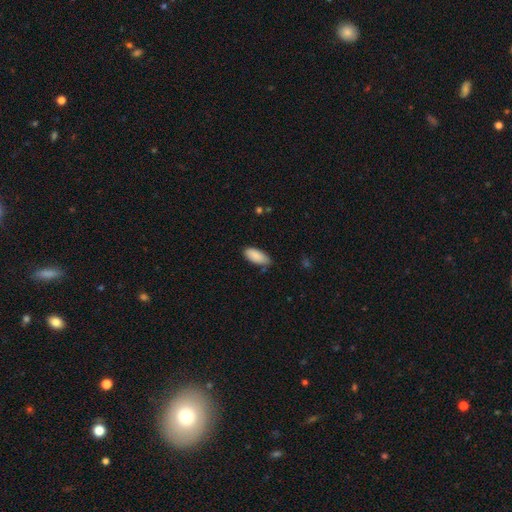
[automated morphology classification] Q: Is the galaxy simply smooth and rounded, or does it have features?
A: smooth — 89%.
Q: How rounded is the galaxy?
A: in between — 89%.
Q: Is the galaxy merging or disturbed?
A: none — 72%.